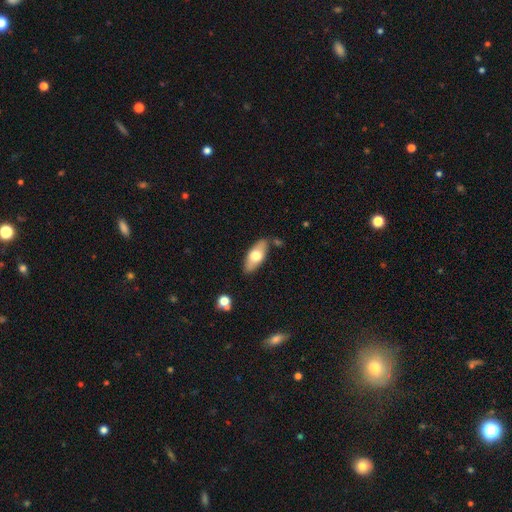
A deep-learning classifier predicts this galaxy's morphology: Smooth or featured? Predicted: smooth (p=0.63). How rounded? Predicted: in between (p=0.83). Merging? Predicted: none (p=0.81).